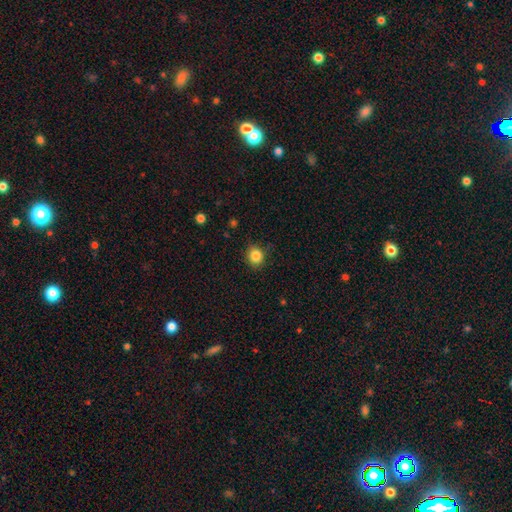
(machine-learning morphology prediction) Overall: smooth (85%). How rounded: round (75%). Merging: none (85%).